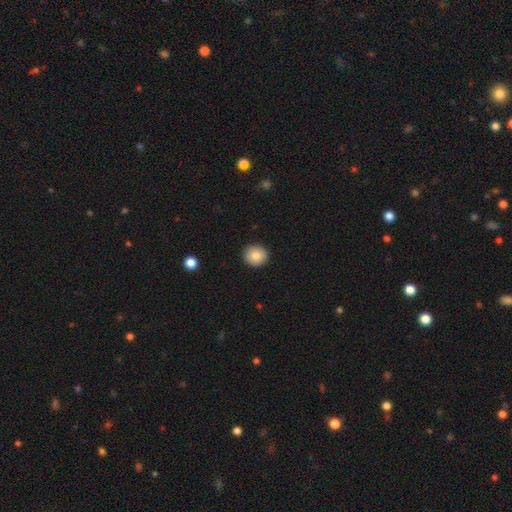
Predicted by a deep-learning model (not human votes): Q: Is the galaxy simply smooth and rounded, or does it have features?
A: smooth — 83%.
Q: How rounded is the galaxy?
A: round — 90%.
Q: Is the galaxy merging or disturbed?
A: none — 92%.